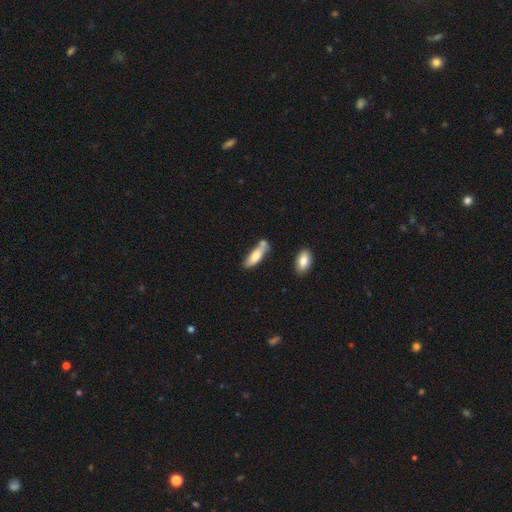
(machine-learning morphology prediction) Smooth or featured: smooth — 70% (featured or disk — 23%)
How rounded: in between — 54% (cigar-shaped — 44%)
Merging: none — 52% (minor disturbance — 22%)